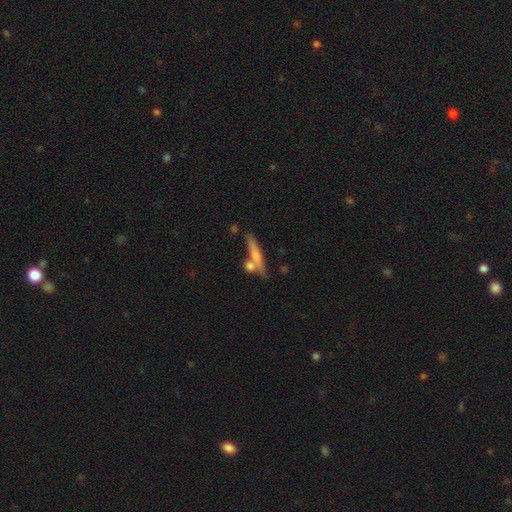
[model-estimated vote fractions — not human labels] smooth-or-featured: smooth: 57% | featured or disk: 37% | star or artifact: 7%
  how-rounded: cigar-shaped: 85% | in between: 11% | round: 4%
  merging: none: 60% | merger: 23% | minor disturbance: 12% | major disturbance: 4%